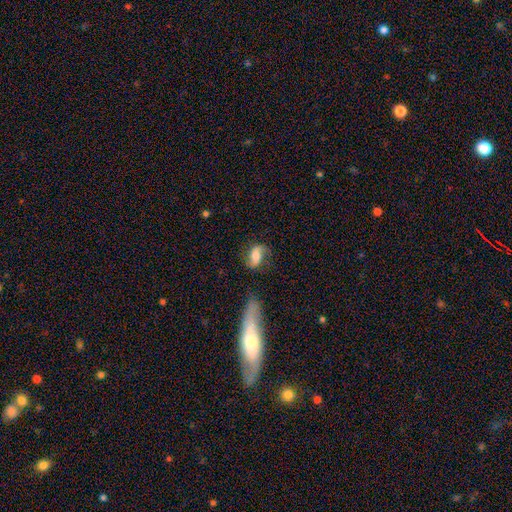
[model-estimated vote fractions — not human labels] featured or disk 63%, smooth 29%, star or artifact 8%. Down the decision tree: edge-on disk — no (95%); bar — no (41%); spiral arms — yes (90%); spiral arm count — 2 (89%); spiral winding — loose (60%); bulge size — moderate (52%); merging — none (67%).